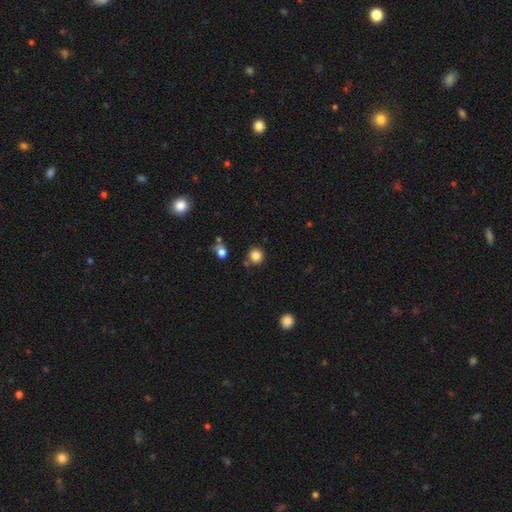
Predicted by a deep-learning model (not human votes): Overall: smooth (84%). How rounded: round (91%). Merging: none (84%).